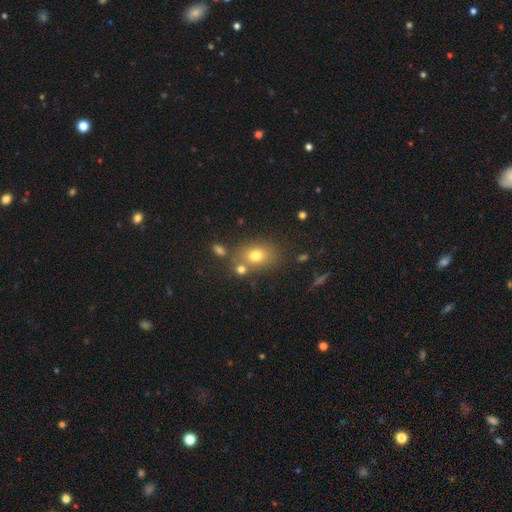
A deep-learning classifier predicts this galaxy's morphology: Q: Smooth or featured?
A: smooth (73%); runner-up: star or artifact (14%)
Q: How rounded?
A: in between (63%); runner-up: round (35%)
Q: Merging?
A: none (66%); runner-up: merger (16%)